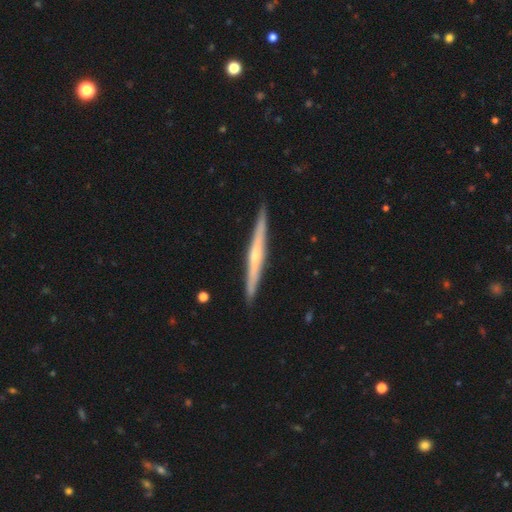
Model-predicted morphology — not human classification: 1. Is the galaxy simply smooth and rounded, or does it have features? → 70% featured or disk, 25% smooth, 5% star or artifact.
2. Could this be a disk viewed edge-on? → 97% yes, 3% no.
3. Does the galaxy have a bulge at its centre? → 56% rounded, 38% none, 6% boxy.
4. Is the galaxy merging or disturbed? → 91% none, 6% minor disturbance, 1% major disturbance, 1% merger.